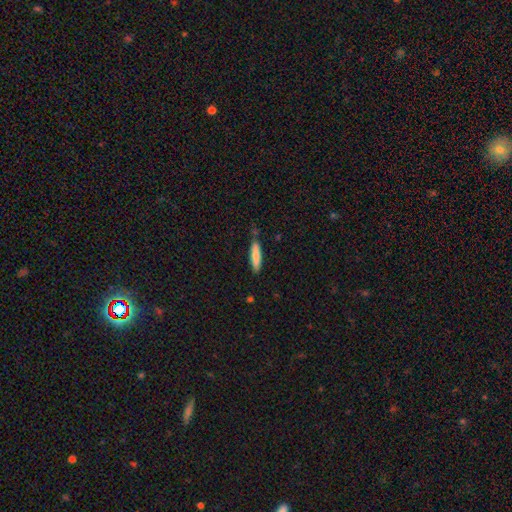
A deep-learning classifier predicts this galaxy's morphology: Overall: smooth (79%). How rounded: cigar-shaped (83%). Merging: none (81%).